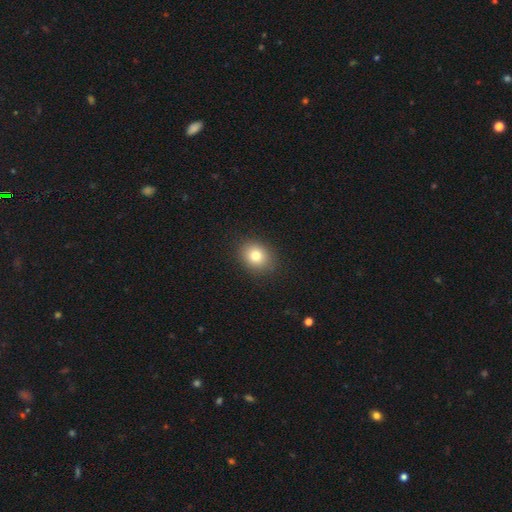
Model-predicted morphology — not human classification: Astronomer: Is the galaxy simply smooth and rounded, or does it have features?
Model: smooth — 81%.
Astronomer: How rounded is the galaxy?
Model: round — 57% (runner-up: in between, 42%).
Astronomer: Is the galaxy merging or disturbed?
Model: none — 89%.